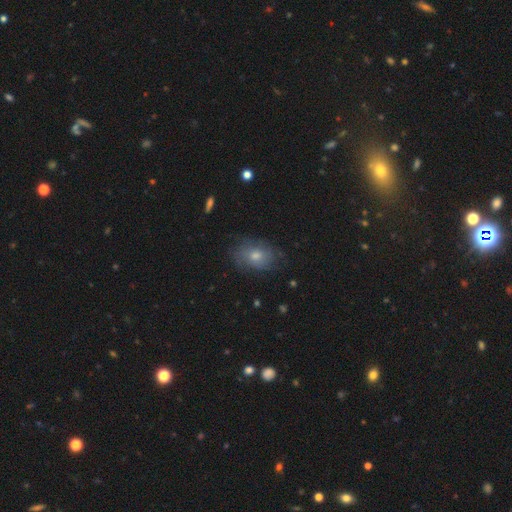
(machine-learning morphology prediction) smooth-or-featured: smooth: 57% | featured or disk: 28% | star or artifact: 14%
  how-rounded: in between: 68% | round: 31% | cigar-shaped: 1%
  merging: none: 75% | minor disturbance: 18% | major disturbance: 6% | merger: 1%